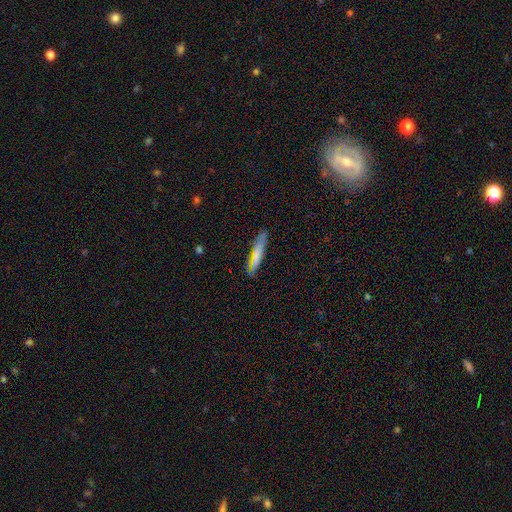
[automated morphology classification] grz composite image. It shows a smooth galaxy with no disk features (66%) that is cigar-shaped (83%). Merging: none (79%).